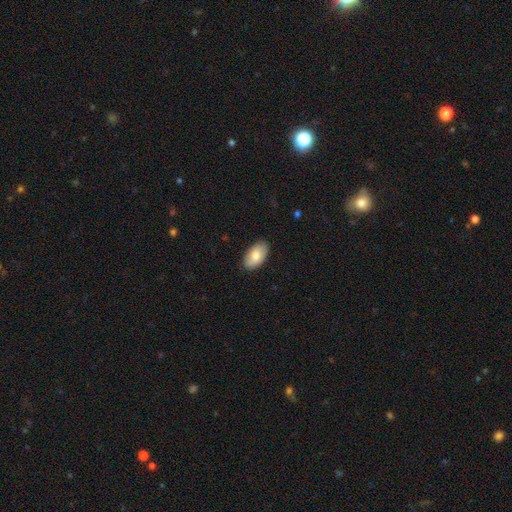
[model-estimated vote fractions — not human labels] The model was most divided on "smooth or featured": smooth: 80%, featured or disk: 14%, star or artifact: 6%. More confident: how rounded — in between (95%); merging — none (87%).